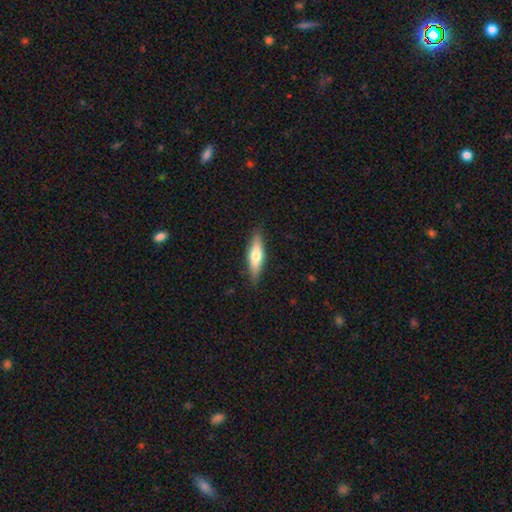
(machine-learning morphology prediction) Smooth or featured: smooth — 55% (featured or disk — 39%)
How rounded: cigar-shaped — 59% (in between — 39%)
Merging: none — 87% (minor disturbance — 10%)